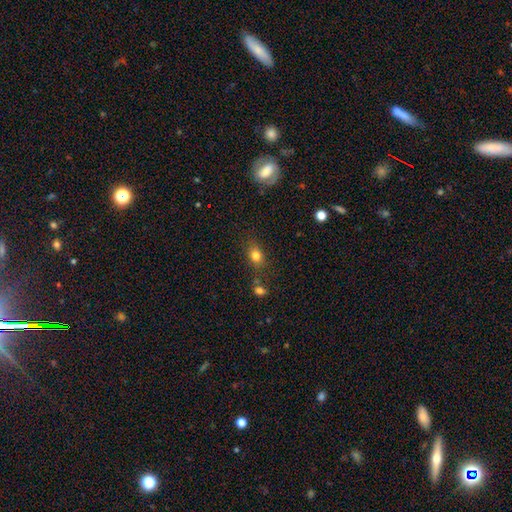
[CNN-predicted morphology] Smooth or featured? smooth (79%)
How rounded? in between (59%)
Merging? none (73%)